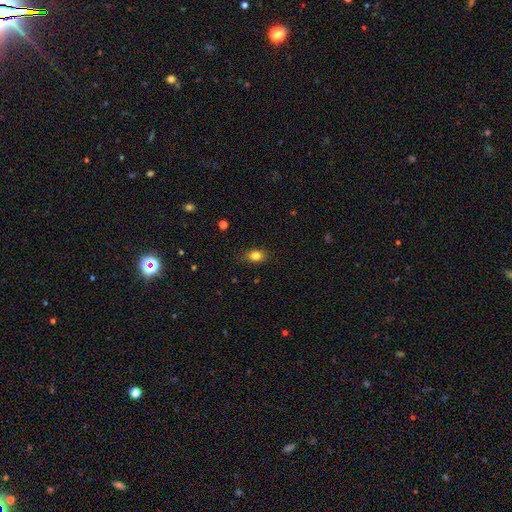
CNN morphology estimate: smooth_or_featured: smooth (p=0.82) [alt: star or artifact p=0.11]
how_rounded: in between (p=0.66) [alt: round p=0.31]
merging: none (p=0.83) [alt: minor disturbance p=0.13]